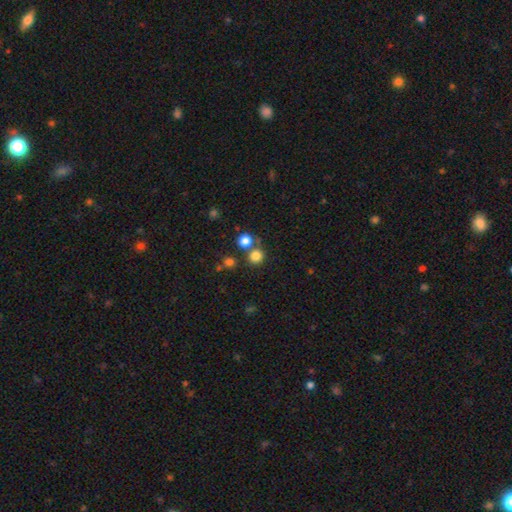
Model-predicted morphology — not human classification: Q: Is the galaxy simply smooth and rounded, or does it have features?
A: smooth — 80%.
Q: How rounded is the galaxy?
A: round — 89%.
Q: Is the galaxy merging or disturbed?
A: none — 69%.